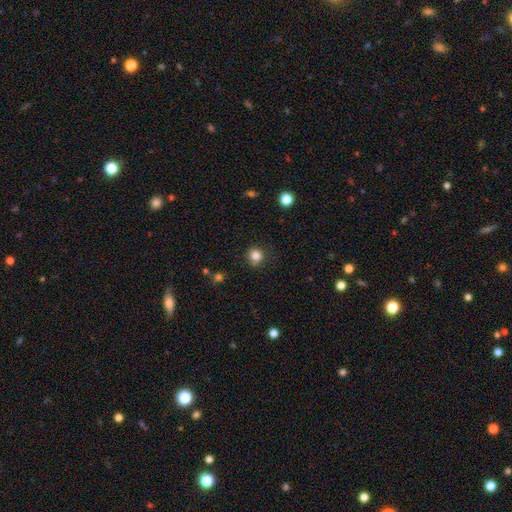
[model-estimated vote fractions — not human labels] A smooth galaxy with no disk features (84%) that is round (86%).

Vote fractions:
- Smooth or featured? smooth: 84% / star or artifact: 12% / featured or disk: 5%
- How rounded? round: 86% / in between: 13% / cigar-shaped: 1%
- Merging? none: 79% / minor disturbance: 15% / major disturbance: 4% / merger: 2%